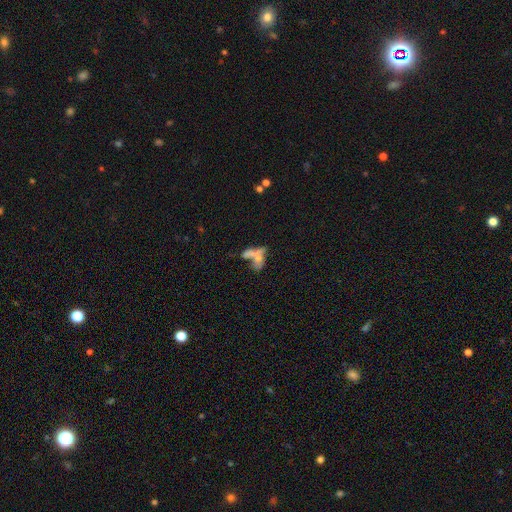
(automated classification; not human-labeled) Smooth or featured: smooth — 50% (featured or disk — 36%)
How rounded: in between — 67% (cigar-shaped — 18%)
Merging: merger — 56% (none — 22%)